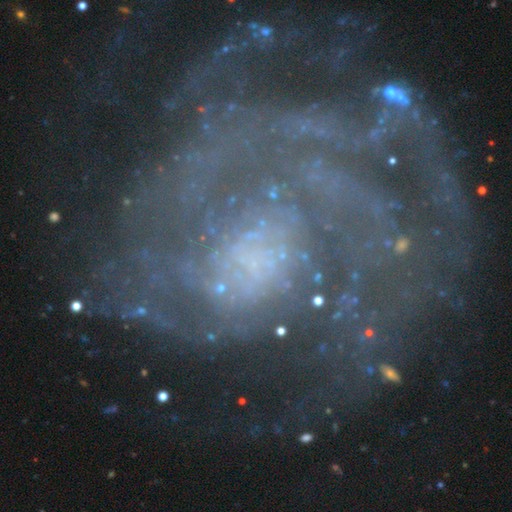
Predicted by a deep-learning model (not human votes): This appears to be a featured or disk galaxy (78%) with no bar (65%), tight (49%) spiral arms (83%) and no central bulge (44%). Merging: none (48%).